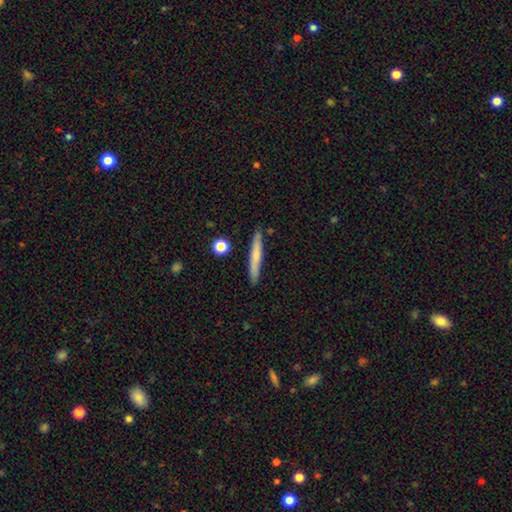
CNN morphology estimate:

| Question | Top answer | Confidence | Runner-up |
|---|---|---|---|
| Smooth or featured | smooth | 65% | featured or disk (29%) |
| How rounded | cigar-shaped | 95% | in between (3%) |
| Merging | none | 88% | minor disturbance (8%) |